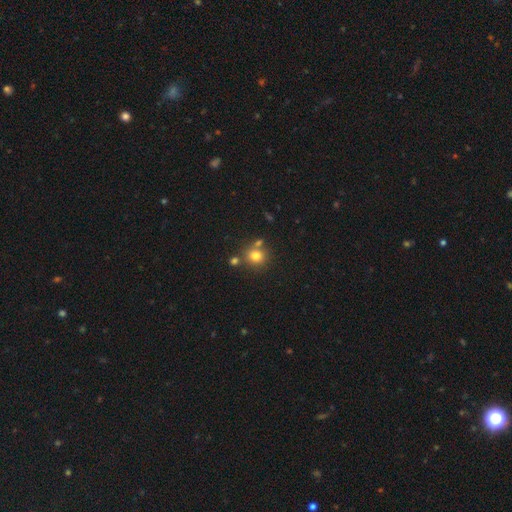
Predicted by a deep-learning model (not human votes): The model was most divided on "merging": none: 68%, merger: 18%, minor disturbance: 11%, major disturbance: 4%. More confident: how rounded — round (85%); smooth or featured — smooth (77%).